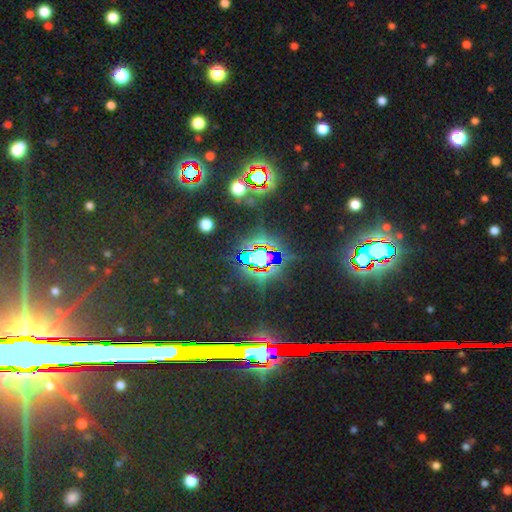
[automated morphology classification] Smooth or featured? Predicted: star or artifact (p=0.79).